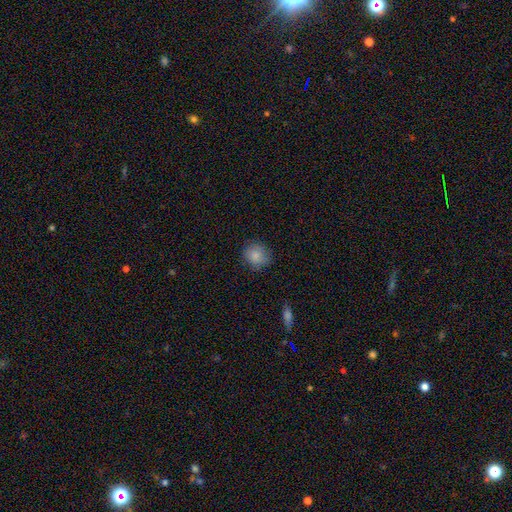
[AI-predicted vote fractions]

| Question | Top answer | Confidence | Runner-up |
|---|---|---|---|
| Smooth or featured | smooth | 85% | star or artifact (9%) |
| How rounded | round | 81% | in between (18%) |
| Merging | none | 82% | minor disturbance (13%) |